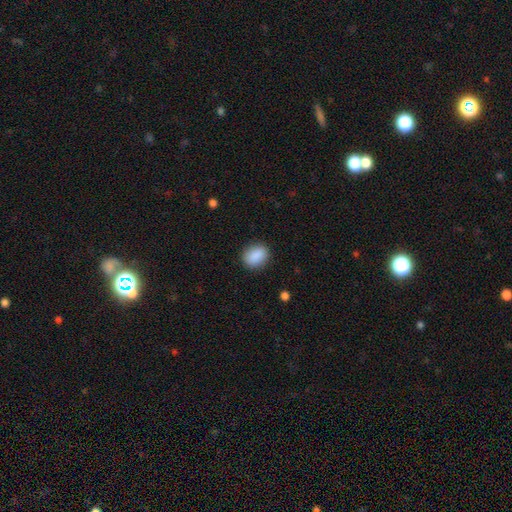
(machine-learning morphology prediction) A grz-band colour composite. It shows a smooth galaxy with no disk features (89%) that is in between round and cigar-shaped (53%). Merging: none (87%).